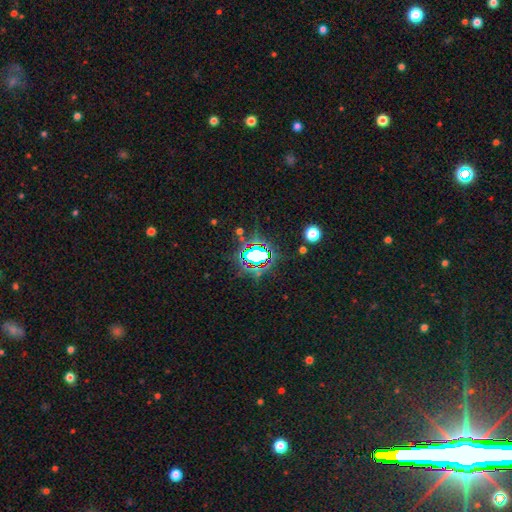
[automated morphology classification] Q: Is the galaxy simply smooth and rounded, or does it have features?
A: star or artifact — 70%.